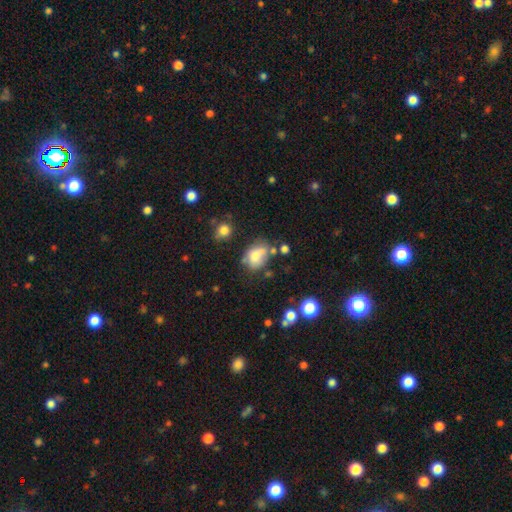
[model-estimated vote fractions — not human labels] Smooth or featured? Predicted: smooth (p=0.68). How rounded? Predicted: in between (p=0.64). Merging? Predicted: none (p=0.42).